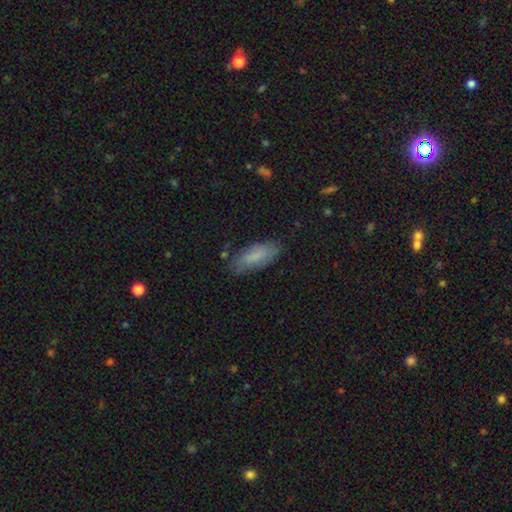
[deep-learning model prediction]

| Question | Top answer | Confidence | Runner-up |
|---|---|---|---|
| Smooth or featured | smooth | 77% | featured or disk (16%) |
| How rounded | in between | 67% | cigar-shaped (31%) |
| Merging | none | 74% | minor disturbance (19%) |